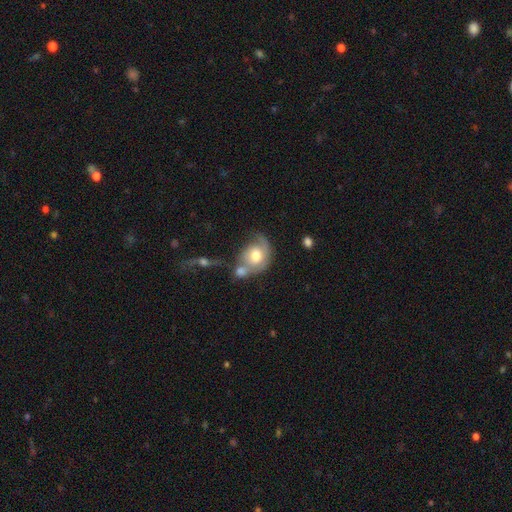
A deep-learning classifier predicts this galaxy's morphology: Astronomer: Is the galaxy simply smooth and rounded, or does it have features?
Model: smooth — 49% (runner-up: featured or disk, 44%).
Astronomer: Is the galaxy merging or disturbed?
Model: merger — 48%.